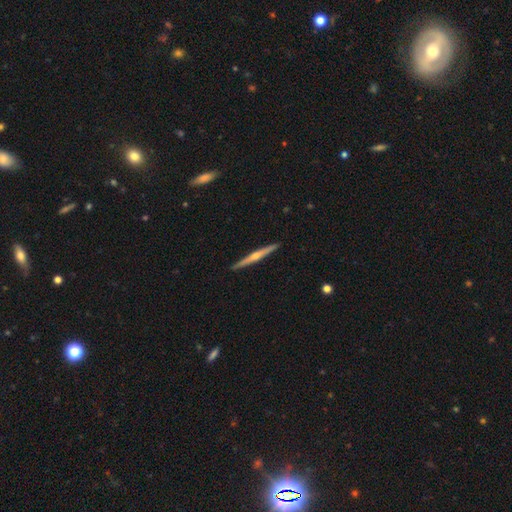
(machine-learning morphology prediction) Smooth or featured: featured or disk — 72% (smooth — 23%)
Edge-on disk: yes — 98% (no — 2%)
Edge-on bulge: rounded — 85% (none — 12%)
Merging: none — 92% (minor disturbance — 5%)